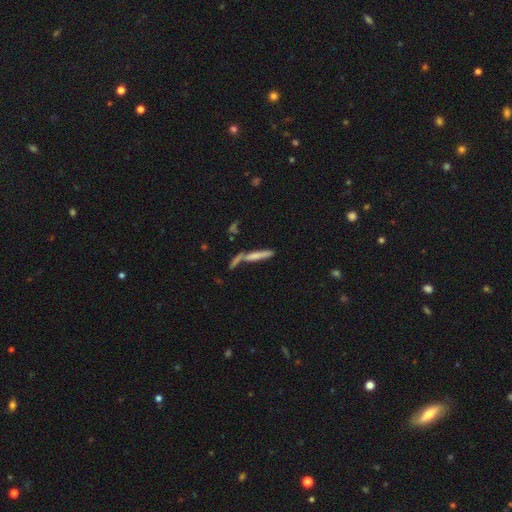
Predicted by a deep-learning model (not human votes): Smooth or featured?
  - smooth: 59% *
  - featured or disk: 32%
  - star or artifact: 9%
How rounded?
  - cigar-shaped: 89% *
  - in between: 9%
  - round: 2%
Merging?
  - none: 51% *
  - merger: 29%
  - minor disturbance: 13%
  - major disturbance: 7%